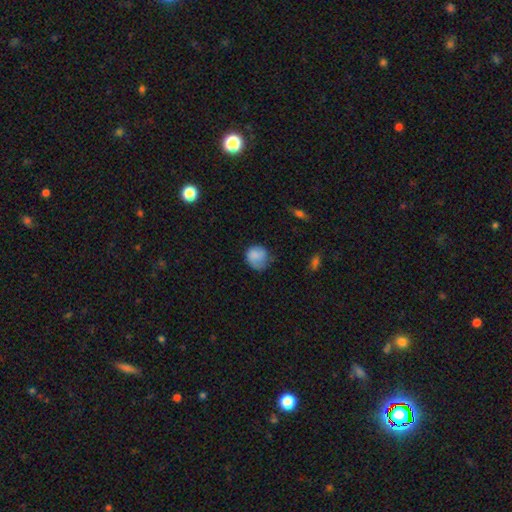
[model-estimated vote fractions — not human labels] Smooth or featured? smooth (81%)
How rounded? round (76%)
Merging? none (52%)